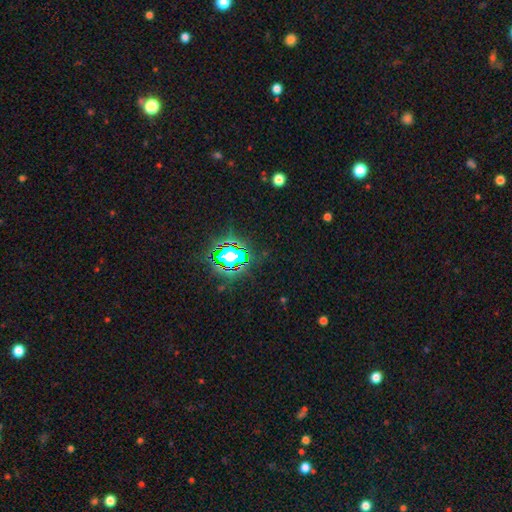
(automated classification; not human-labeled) Smooth or featured? Predicted: star or artifact (p=0.80).